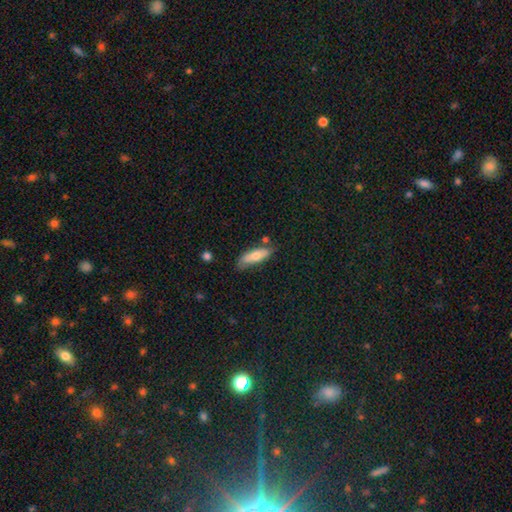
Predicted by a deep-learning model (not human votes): Overall: smooth (69%). How rounded: in between (54%; cigar-shaped 44%). Merging: none (64%; minor disturbance 24%).